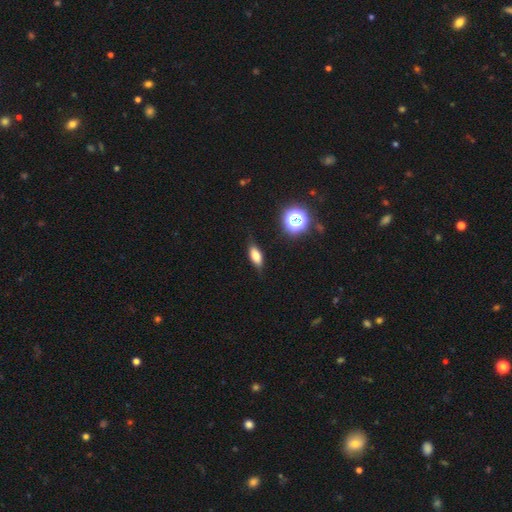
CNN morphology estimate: Smooth or featured? smooth (74%)
How rounded? in between (77%)
Merging? none (77%)